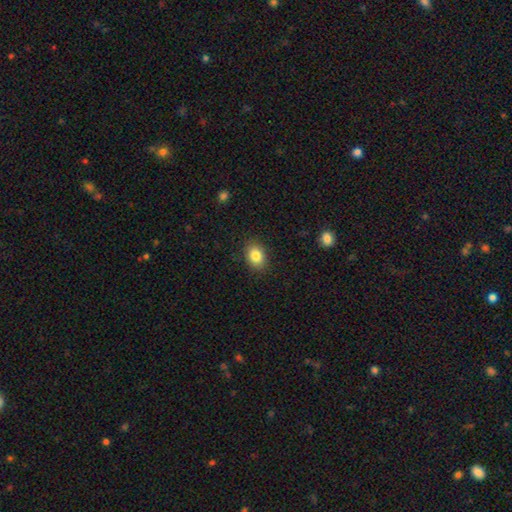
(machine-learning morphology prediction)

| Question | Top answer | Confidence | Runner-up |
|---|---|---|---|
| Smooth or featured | smooth | 84% | star or artifact (9%) |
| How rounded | in between | 69% | round (30%) |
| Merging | none | 88% | minor disturbance (9%) |